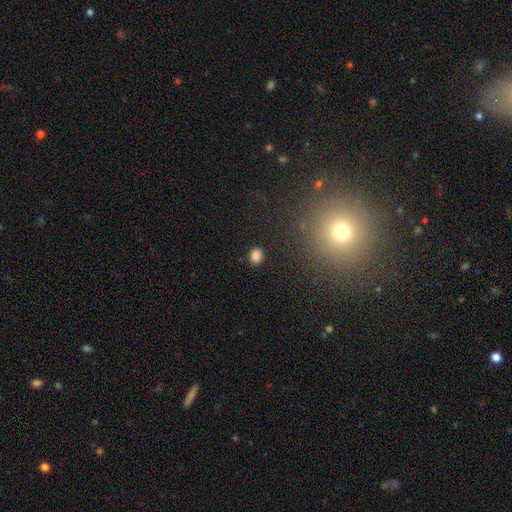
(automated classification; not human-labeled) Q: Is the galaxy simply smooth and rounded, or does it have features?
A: smooth — 83%.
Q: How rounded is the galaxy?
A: round — 73%.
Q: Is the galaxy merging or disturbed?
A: none — 90%.